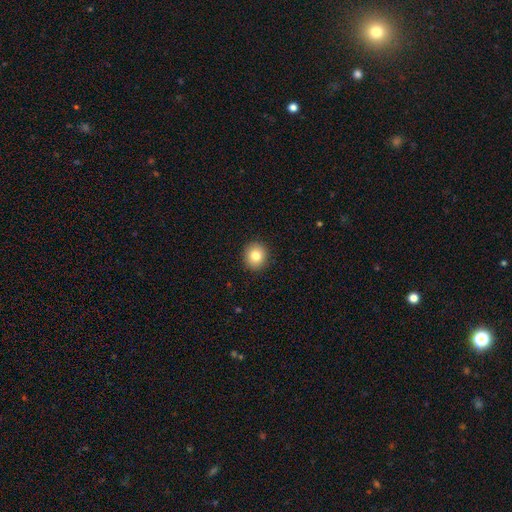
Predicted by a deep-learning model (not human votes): A smooth galaxy with no disk features (81%) that is round (86%). Merging: none (92%).